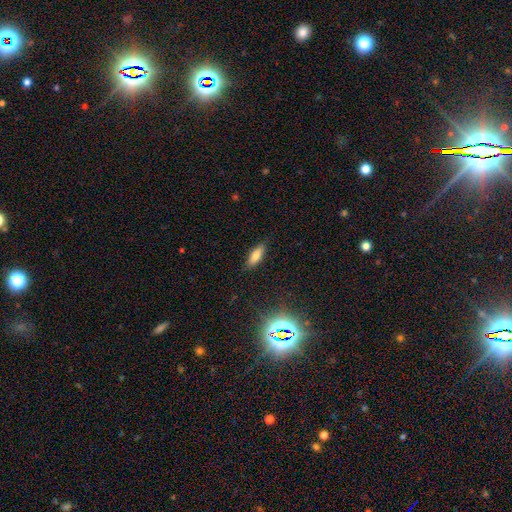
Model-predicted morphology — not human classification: Smooth or featured? Predicted: smooth (p=0.73). How rounded? Predicted: in between (p=0.63). Merging? Predicted: none (p=0.86).